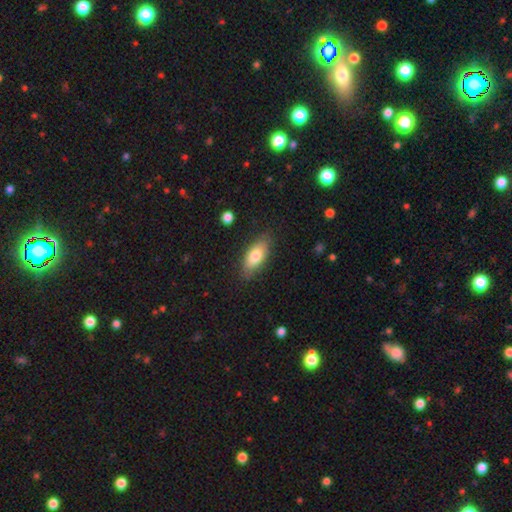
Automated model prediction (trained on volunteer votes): smooth_or_featured: smooth (p=0.75) [alt: featured or disk p=0.18]
how_rounded: in between (p=0.83) [alt: cigar-shaped p=0.14]
merging: none (p=0.82) [alt: minor disturbance p=0.13]